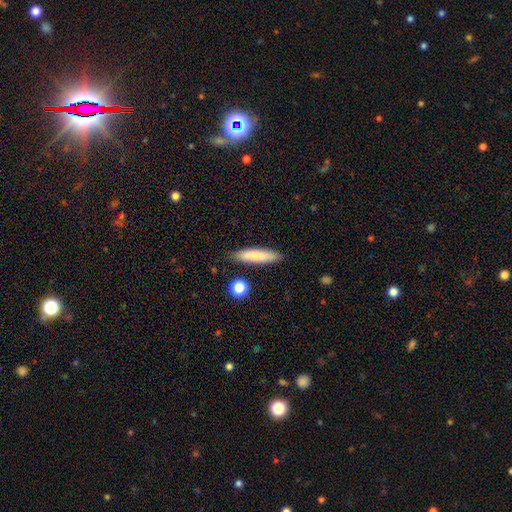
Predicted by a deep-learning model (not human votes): Overall: smooth (80%). How rounded: cigar-shaped (82%). Merging: none (86%).